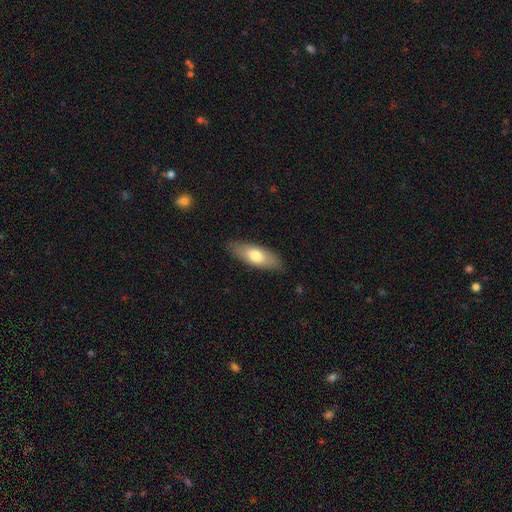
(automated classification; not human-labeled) Smooth or featured: smooth — 71% (featured or disk — 23%)
How rounded: in between — 68% (cigar-shaped — 29%)
Merging: none — 85% (minor disturbance — 11%)